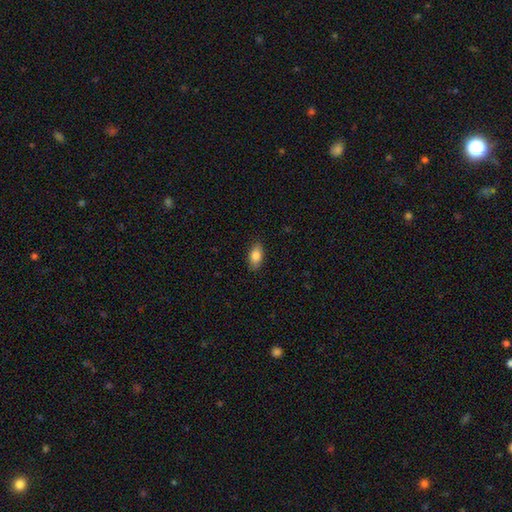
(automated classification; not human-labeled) The model was most divided on "smooth or featured": smooth: 82%, featured or disk: 11%, star or artifact: 7%. More confident: how rounded — in between (90%); merging — none (88%).